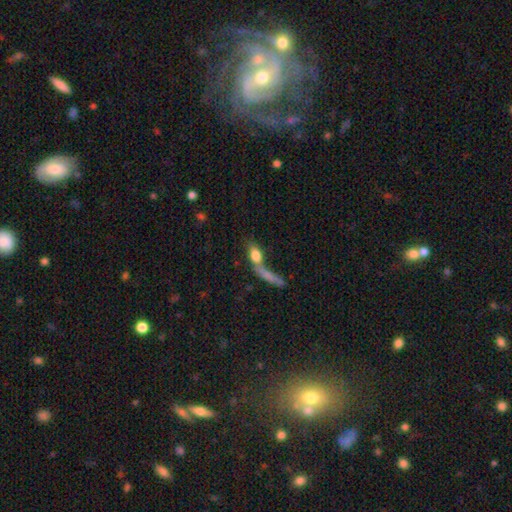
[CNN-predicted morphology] A smooth galaxy with no disk features (70%) that is in between round and cigar-shaped (60%).

Vote fractions:
- Smooth or featured? smooth: 70% / featured or disk: 20% / star or artifact: 9%
- How rounded? in between: 60% / cigar-shaped: 27% / round: 12%
- Merging? merger: 53% / none: 27% / major disturbance: 11% / minor disturbance: 9%